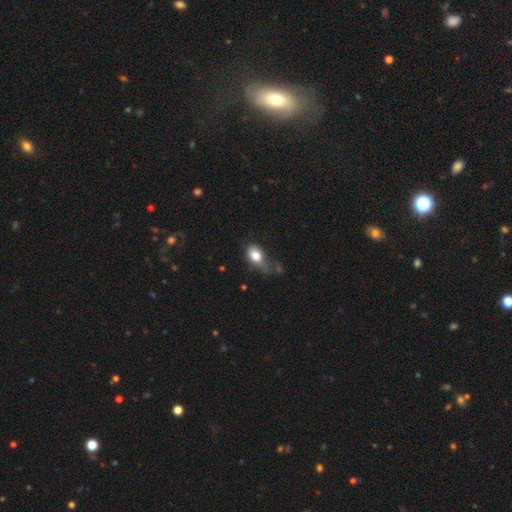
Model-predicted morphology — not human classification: A smooth galaxy with no disk features (77%) that is in between round and cigar-shaped (78%). Merging: minor disturbance (33%).